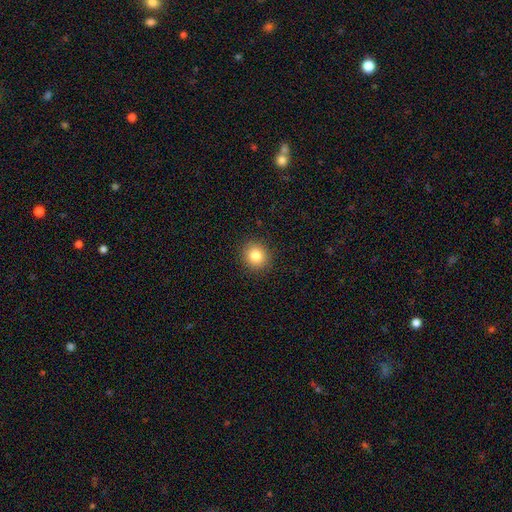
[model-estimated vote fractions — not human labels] Q: Smooth or featured?
A: smooth (83%); runner-up: star or artifact (11%)
Q: How rounded?
A: round (87%); runner-up: in between (12%)
Q: Merging?
A: none (91%); runner-up: minor disturbance (6%)